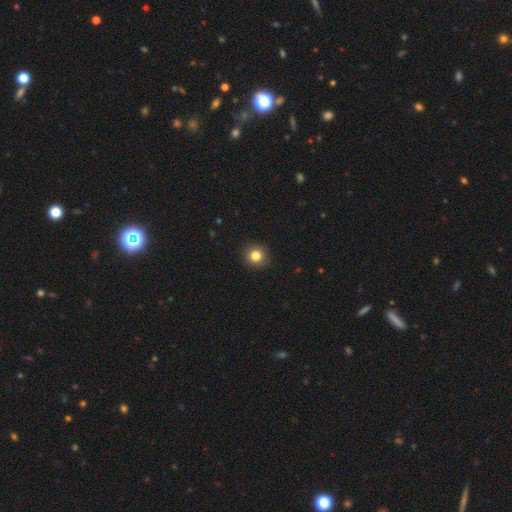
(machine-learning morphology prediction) This is clearly a smooth galaxy (84%). How rounded: clearly round (91%). Merging: clearly none (91%).